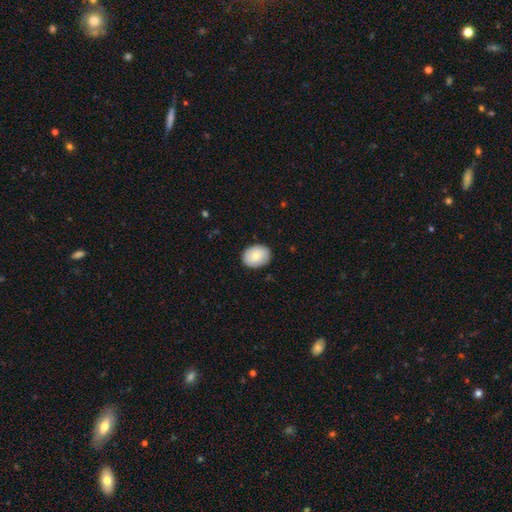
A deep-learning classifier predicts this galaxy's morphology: Q: Smooth or featured?
A: smooth (84%); runner-up: featured or disk (9%)
Q: How rounded?
A: in between (64%); runner-up: round (35%)
Q: Merging?
A: none (88%); runner-up: minor disturbance (10%)